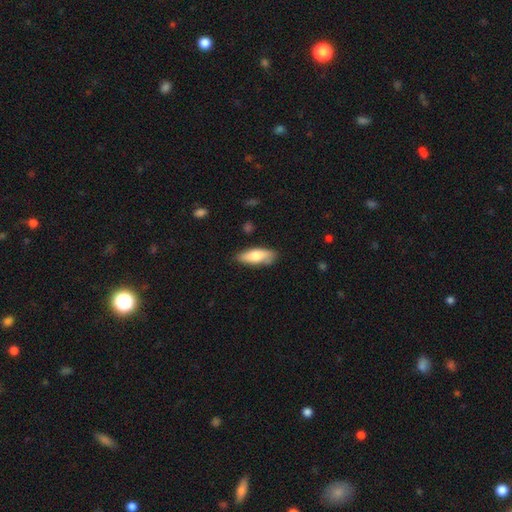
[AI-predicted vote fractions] A smooth galaxy with no disk features (75%) that is in between round and cigar-shaped (68%).

Vote fractions:
- Smooth or featured? smooth: 75% / featured or disk: 19% / star or artifact: 6%
- How rounded? in between: 68% / cigar-shaped: 30% / round: 2%
- Merging? none: 76% / minor disturbance: 19% / major disturbance: 3% / merger: 2%